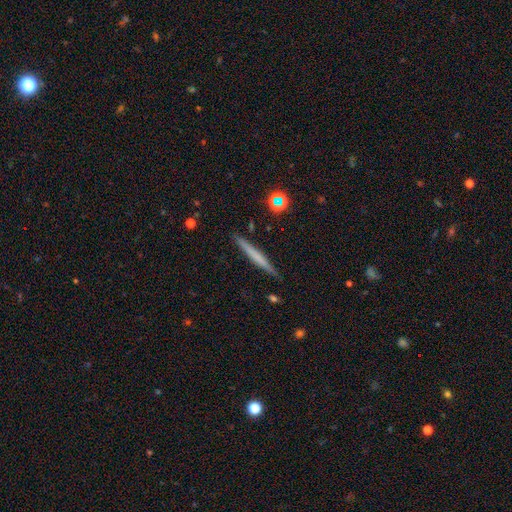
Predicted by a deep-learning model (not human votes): This is possibly a smooth galaxy (48%). Merging: clearly none (90%).